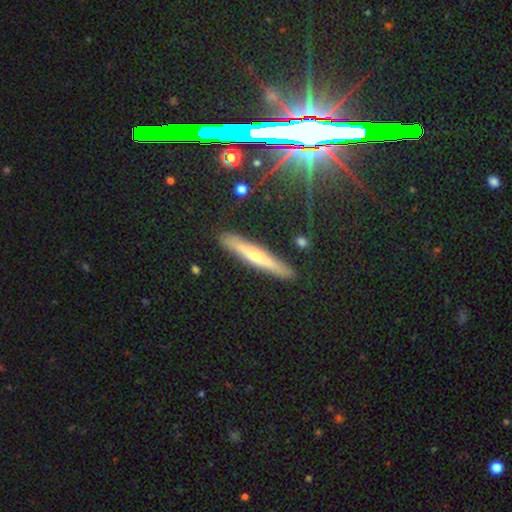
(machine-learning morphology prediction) Smooth or featured?
  - featured or disk: 52% *
  - smooth: 38%
  - star or artifact: 9%
Edge-on disk?
  - yes: 90% *
  - no: 10%
Merging?
  - none: 88% *
  - minor disturbance: 8%
  - major disturbance: 2%
  - merger: 2%